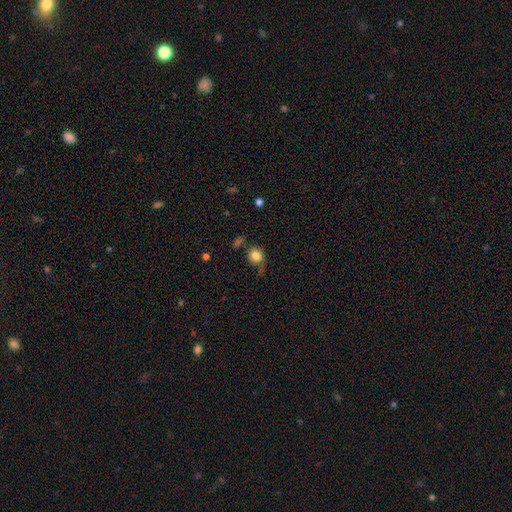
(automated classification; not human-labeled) Smooth or featured: smooth — 81% (star or artifact — 10%)
How rounded: round — 80% (in between — 19%)
Merging: none — 60% (minor disturbance — 23%)